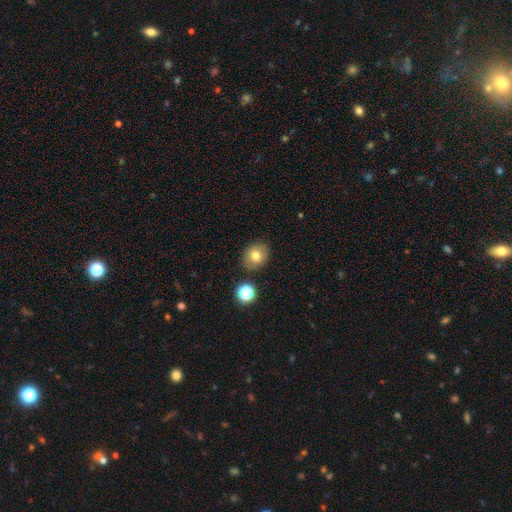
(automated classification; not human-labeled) Q: Smooth or featured?
A: smooth (76%); runner-up: star or artifact (12%)
Q: How rounded?
A: round (65%); runner-up: in between (34%)
Q: Merging?
A: none (84%); runner-up: minor disturbance (9%)